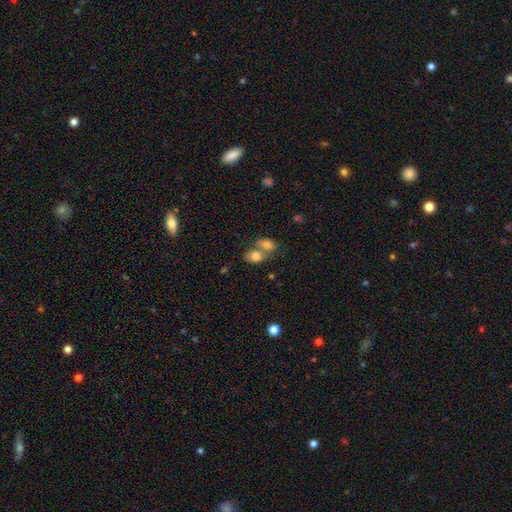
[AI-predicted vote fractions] Morphology: type=smooth (80%); roundness=in between (74%); merging=merger (61%).